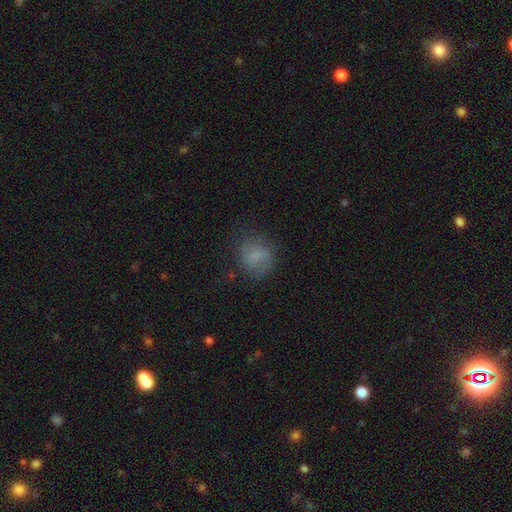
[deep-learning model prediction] A smooth galaxy with no disk features (65%) that is round (75%).

Vote fractions:
- Smooth or featured? smooth: 65% / featured or disk: 24% / star or artifact: 11%
- How rounded? round: 75% / in between: 24% / cigar-shaped: 1%
- Merging? none: 68% / minor disturbance: 20% / major disturbance: 10% / merger: 2%